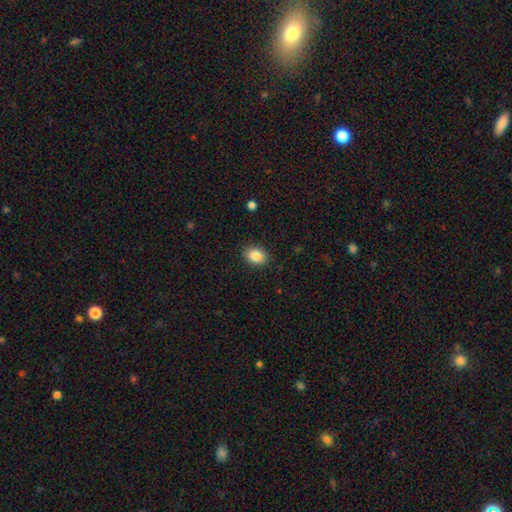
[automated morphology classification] smooth 87%, star or artifact 8%, featured or disk 4%. Down the decision tree: how rounded — in between (67%); merging — none (88%).